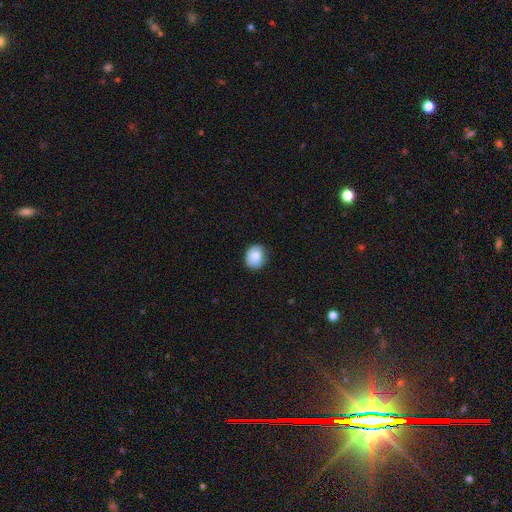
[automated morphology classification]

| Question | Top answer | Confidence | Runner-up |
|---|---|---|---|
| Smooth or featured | smooth | 73% | featured or disk (19%) |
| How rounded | round | 72% | in between (28%) |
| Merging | none | 76% | minor disturbance (19%) |